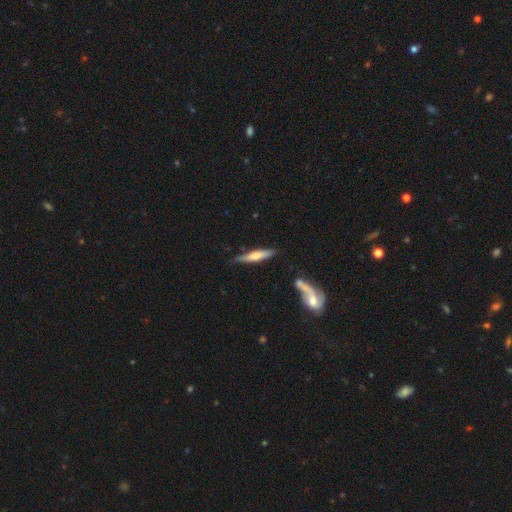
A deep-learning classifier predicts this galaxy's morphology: smooth-or-featured: smooth: 49% | featured or disk: 45% | star or artifact: 6%
  merging: none: 76% | minor disturbance: 16% | merger: 5% | major disturbance: 3%